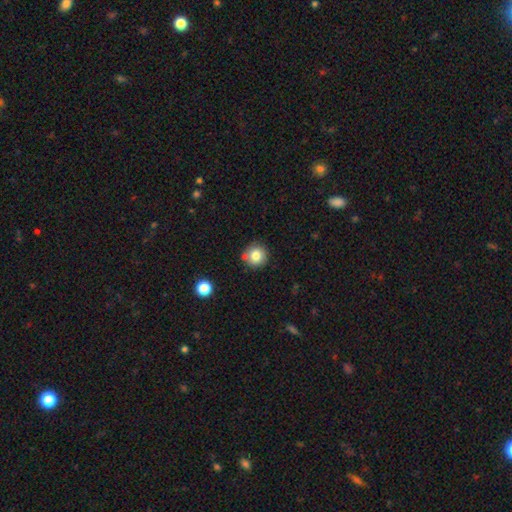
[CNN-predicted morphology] Q: Smooth or featured?
A: smooth (81%); runner-up: star or artifact (10%)
Q: How rounded?
A: round (93%); runner-up: in between (7%)
Q: Merging?
A: none (78%); runner-up: minor disturbance (11%)